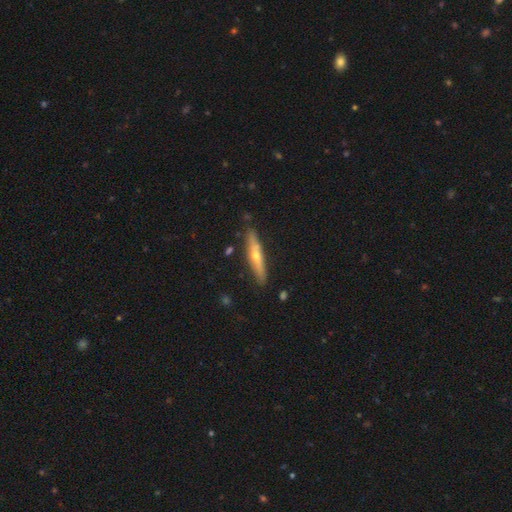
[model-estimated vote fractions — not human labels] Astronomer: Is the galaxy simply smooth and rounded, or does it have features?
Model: featured or disk — 57% (runner-up: smooth, 37%).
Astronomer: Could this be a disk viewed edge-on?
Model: yes — 89%.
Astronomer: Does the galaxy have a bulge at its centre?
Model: rounded — 86%.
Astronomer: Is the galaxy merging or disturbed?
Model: none — 86%.